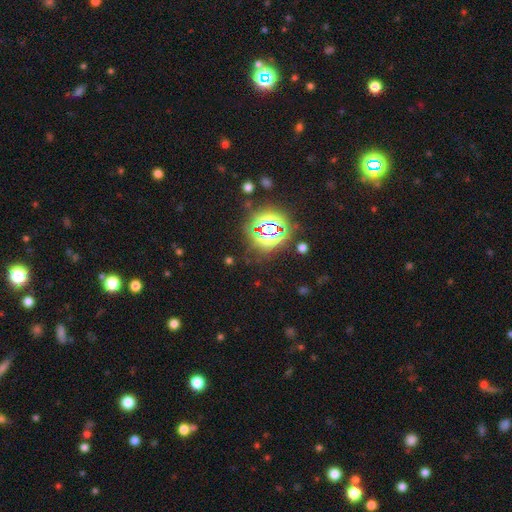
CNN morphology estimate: A star or artifact, not a galaxy (79%).

Vote fractions:
- Smooth or featured? star or artifact: 79% / smooth: 15% / featured or disk: 7%